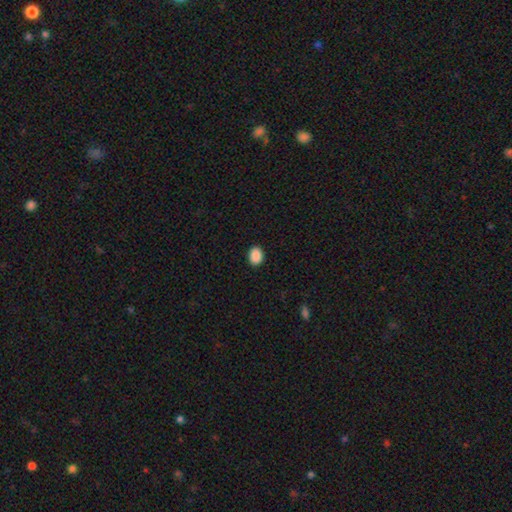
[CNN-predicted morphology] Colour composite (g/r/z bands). It shows a smooth galaxy with no disk features (90%) that is in between round and cigar-shaped (65%). Merging: none (91%).